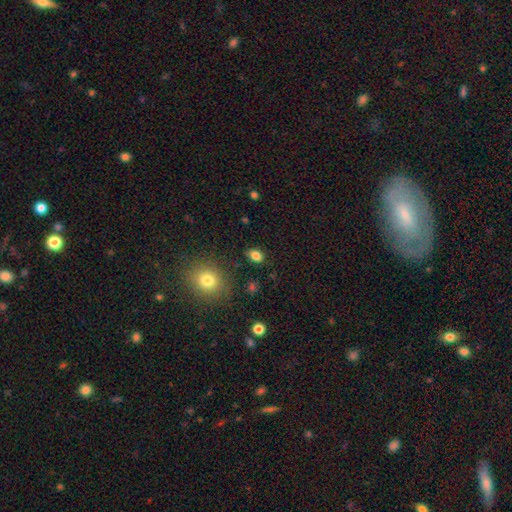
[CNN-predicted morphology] A smooth galaxy with no disk features (83%) that is in between round and cigar-shaped (72%). Merging: none (85%).